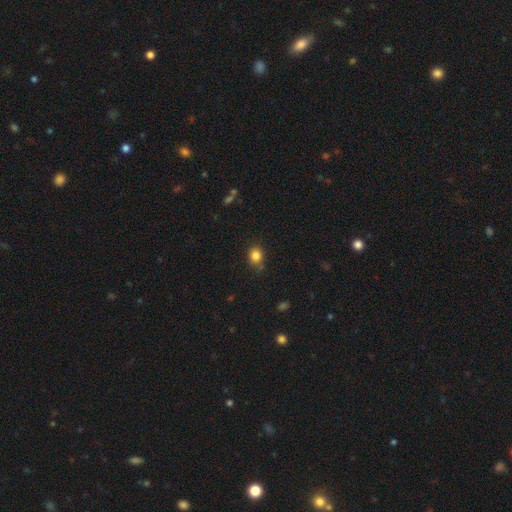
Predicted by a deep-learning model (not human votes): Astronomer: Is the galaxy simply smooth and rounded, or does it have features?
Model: smooth — 84%.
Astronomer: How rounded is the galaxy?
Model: round — 61% (runner-up: in between, 38%).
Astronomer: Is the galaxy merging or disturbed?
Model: none — 77%.